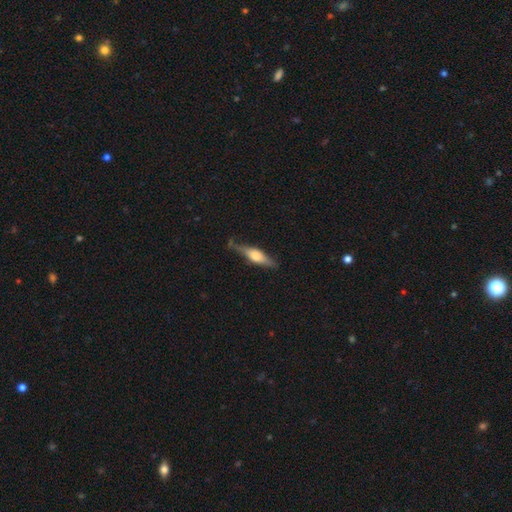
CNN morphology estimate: Smooth or featured? featured or disk (57%)
Edge-on disk? yes (93%)
Edge-on bulge? rounded (87%)
Merging? none (73%)